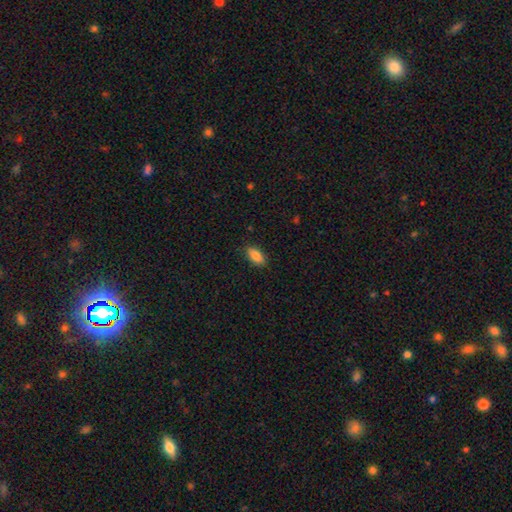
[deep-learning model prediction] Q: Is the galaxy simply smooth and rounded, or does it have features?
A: smooth — 87%.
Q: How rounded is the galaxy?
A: in between — 90%.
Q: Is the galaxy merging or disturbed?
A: none — 86%.